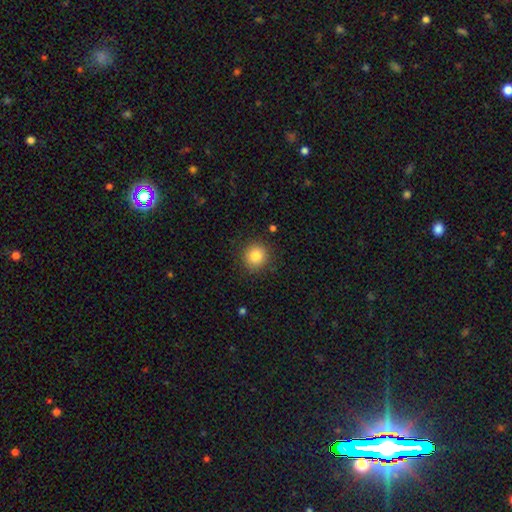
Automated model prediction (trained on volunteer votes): This is clearly a smooth galaxy (84%). How rounded: clearly round (91%). Merging: clearly none (88%).